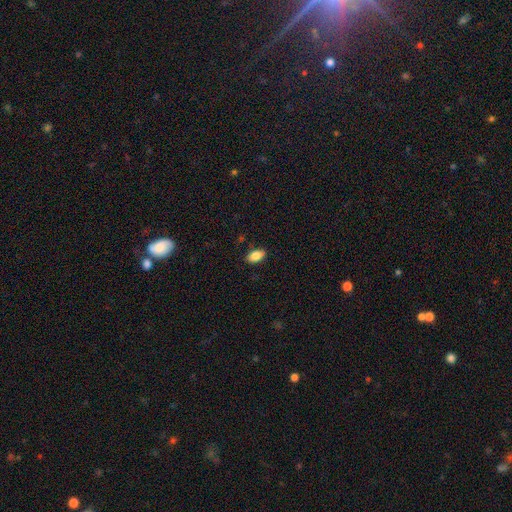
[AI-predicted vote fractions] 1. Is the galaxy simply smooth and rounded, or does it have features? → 85% smooth, 8% featured or disk, 8% star or artifact.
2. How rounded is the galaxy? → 93% in between, 5% round, 3% cigar-shaped.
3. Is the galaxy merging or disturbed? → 87% none, 10% minor disturbance, 2% major disturbance, 1% merger.